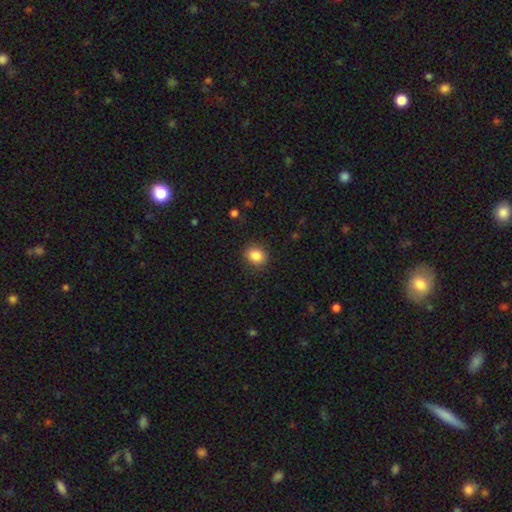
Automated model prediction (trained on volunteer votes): Smooth or featured? smooth (86%)
How rounded? round (66%)
Merging? none (88%)